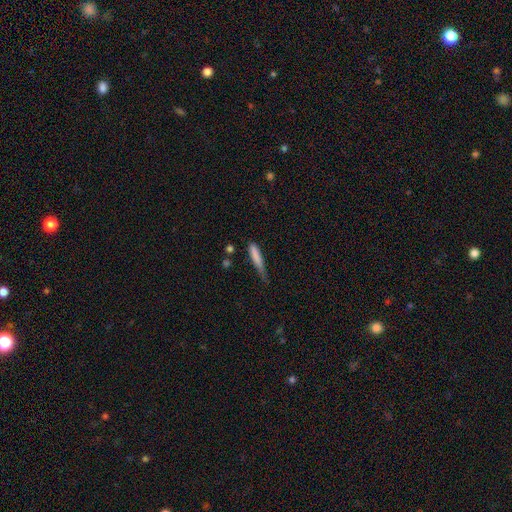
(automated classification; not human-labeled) Q: Smooth or featured?
A: smooth (79%); runner-up: featured or disk (14%)
Q: How rounded?
A: cigar-shaped (86%); runner-up: in between (13%)
Q: Merging?
A: none (42%); runner-up: minor disturbance (41%)